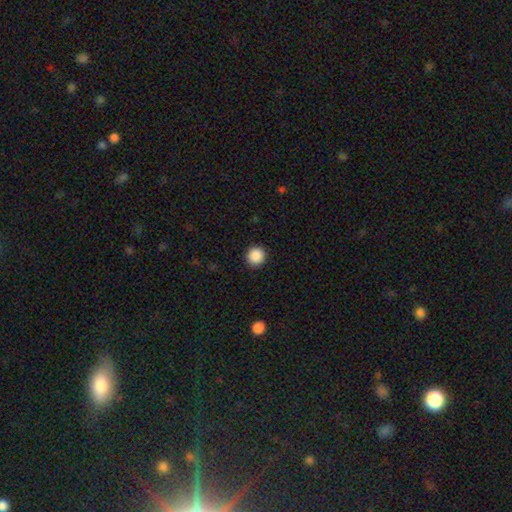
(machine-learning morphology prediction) Q: Smooth or featured?
A: smooth (89%); runner-up: star or artifact (9%)
Q: How rounded?
A: round (94%); runner-up: in between (5%)
Q: Merging?
A: none (92%); runner-up: minor disturbance (5%)